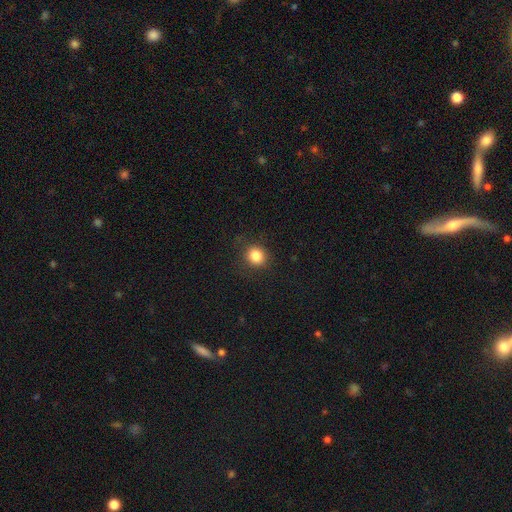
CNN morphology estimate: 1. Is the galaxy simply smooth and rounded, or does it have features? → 84% smooth, 11% star or artifact, 5% featured or disk.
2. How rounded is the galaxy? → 82% round, 17% in between, 1% cigar-shaped.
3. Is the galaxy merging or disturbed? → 87% none, 9% minor disturbance, 3% major disturbance, 1% merger.